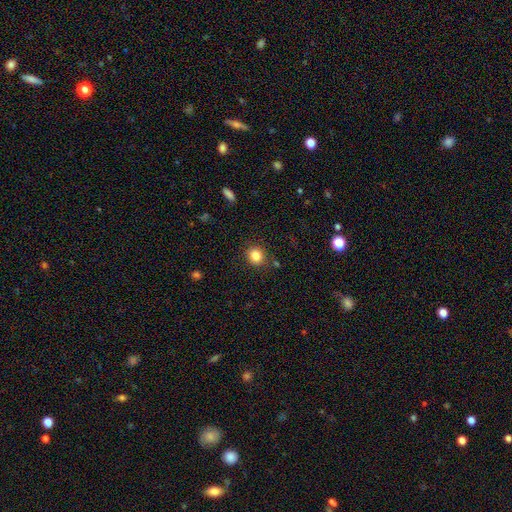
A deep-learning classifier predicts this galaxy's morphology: A smooth galaxy with no disk features (83%) that is round (83%).

Vote fractions:
- Smooth or featured? smooth: 83% / star or artifact: 11% / featured or disk: 6%
- How rounded? round: 83% / in between: 16% / cigar-shaped: 1%
- Merging? none: 86% / minor disturbance: 8% / major disturbance: 3% / merger: 2%